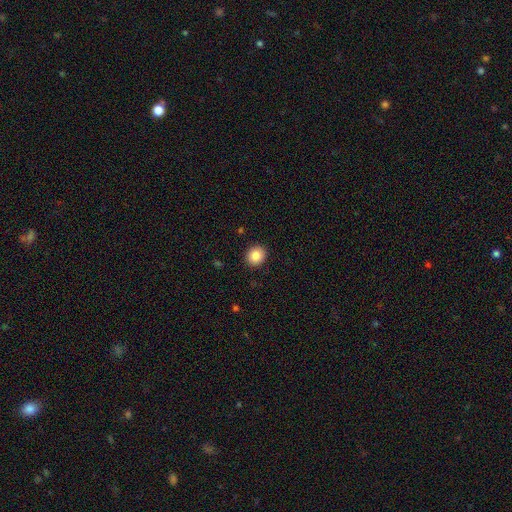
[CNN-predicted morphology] smooth-or-featured: smooth: 85% | star or artifact: 9% | featured or disk: 6%
  how-rounded: round: 79% | in between: 20% | cigar-shaped: 1%
  merging: none: 91% | minor disturbance: 6% | major disturbance: 2% | merger: 1%